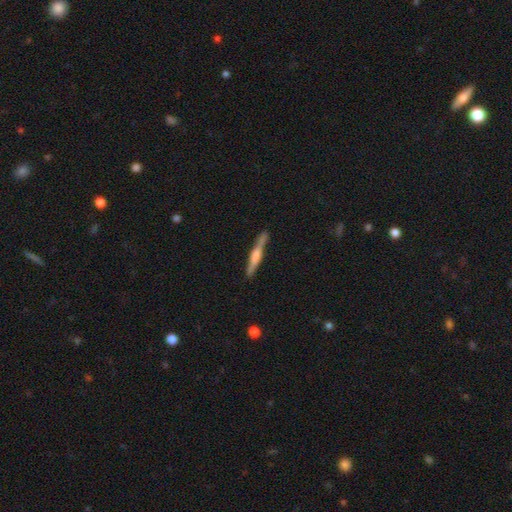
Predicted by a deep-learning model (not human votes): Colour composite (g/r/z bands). It shows a featured or disk galaxy (64%) viewed edge-on (97%) with a rounded central bulge (56%). Merging: none (86%).